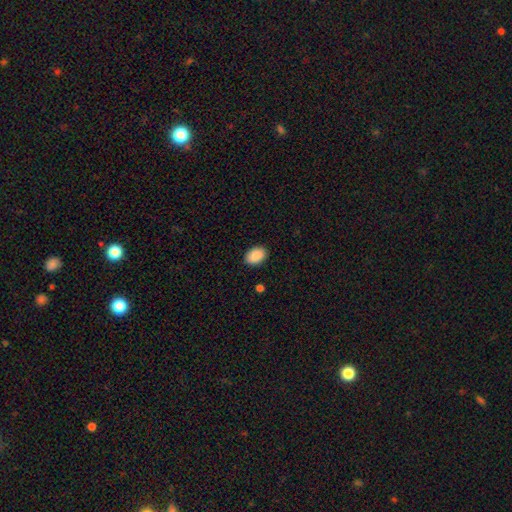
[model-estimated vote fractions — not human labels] smooth_or_featured: smooth (p=0.90) [alt: star or artifact p=0.07]
how_rounded: in between (p=0.84) [alt: round p=0.15]
merging: none (p=0.89) [alt: minor disturbance p=0.08]